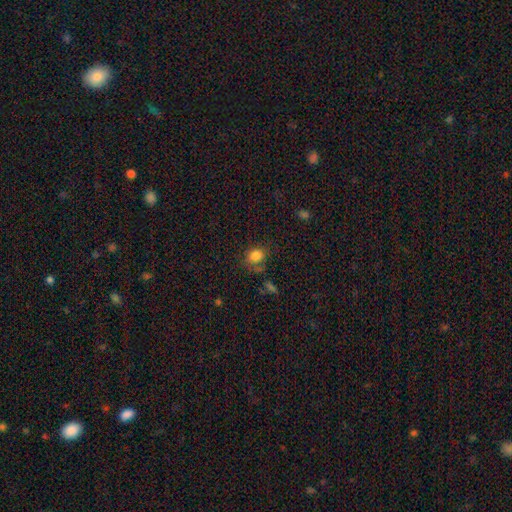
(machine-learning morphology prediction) smooth_or_featured: smooth (p=0.81) [alt: star or artifact p=0.12]
how_rounded: round (p=0.53) [alt: in between p=0.45]
merging: none (p=0.62) [alt: minor disturbance p=0.21]